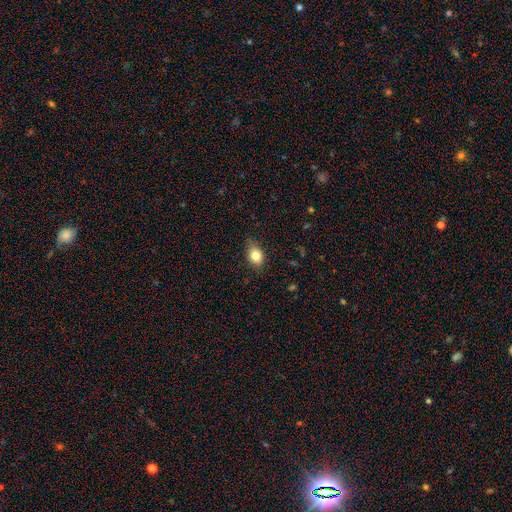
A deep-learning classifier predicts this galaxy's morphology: Q: Smooth or featured?
A: smooth (81%); runner-up: star or artifact (10%)
Q: How rounded?
A: in between (68%); runner-up: round (30%)
Q: Merging?
A: none (69%); runner-up: minor disturbance (25%)